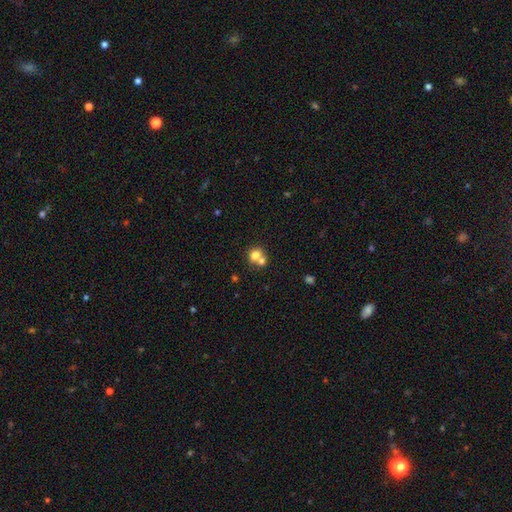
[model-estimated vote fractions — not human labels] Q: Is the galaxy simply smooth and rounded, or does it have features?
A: smooth — 74%.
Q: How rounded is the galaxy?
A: round — 75%.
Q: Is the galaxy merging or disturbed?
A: merger — 55%.